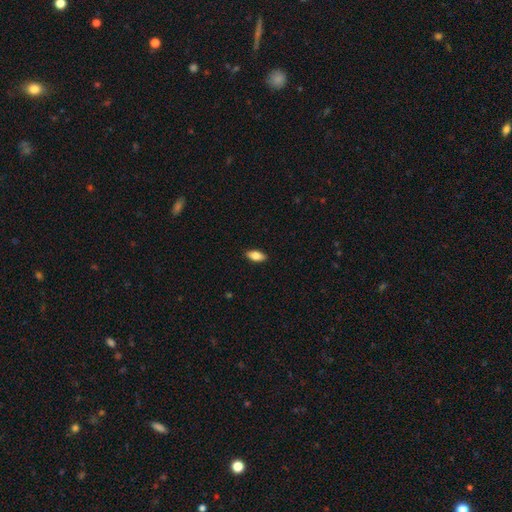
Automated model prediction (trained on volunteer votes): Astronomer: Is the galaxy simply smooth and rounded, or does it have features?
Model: smooth — 80%.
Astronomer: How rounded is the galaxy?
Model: in between — 88%.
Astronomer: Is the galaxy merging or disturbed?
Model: none — 89%.